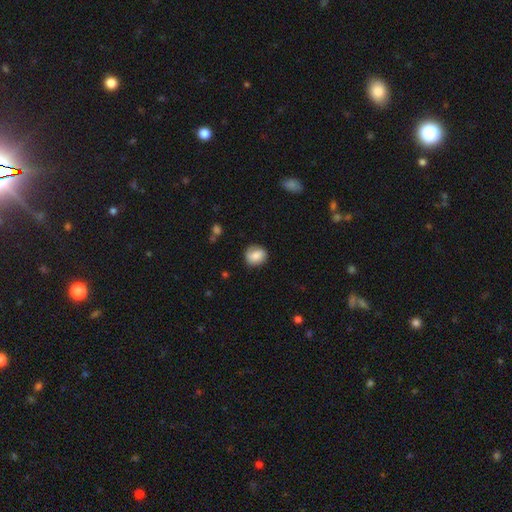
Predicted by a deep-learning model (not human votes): The model was most divided on "how rounded": round: 70%, in between: 29%, cigar-shaped: 1%. More confident: smooth or featured — smooth (79%); merging — none (75%).